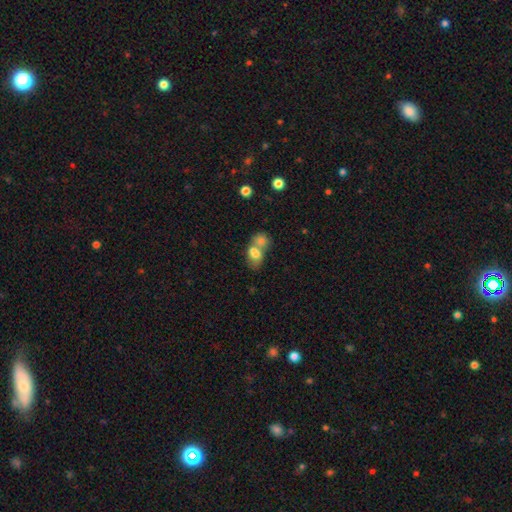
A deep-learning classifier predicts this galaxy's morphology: Overall: smooth (66%). How rounded: in between (65%; round 32%). Merging: merger (62%; none 27%).